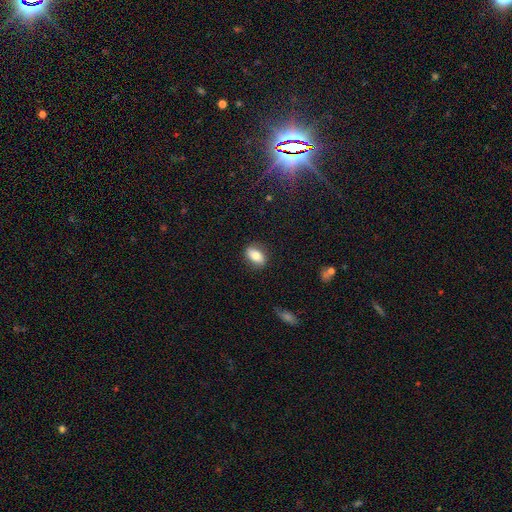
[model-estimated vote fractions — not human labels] Smooth or featured: smooth — 76% (featured or disk — 17%)
How rounded: in between — 84% (round — 12%)
Merging: none — 83% (minor disturbance — 13%)